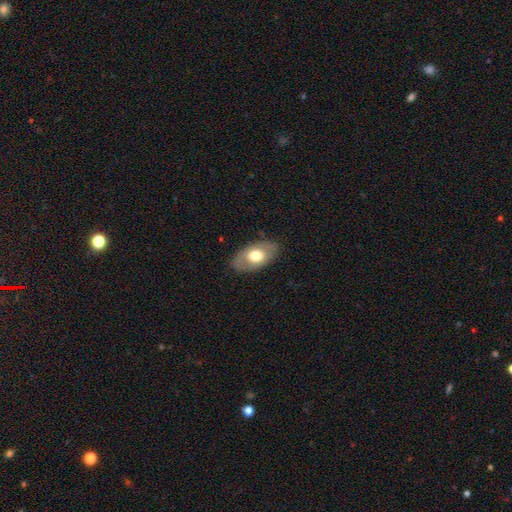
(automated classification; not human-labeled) This appears to be a smooth galaxy with no disk features (57%) that is in between round and cigar-shaped (91%). Merging: none (83%).